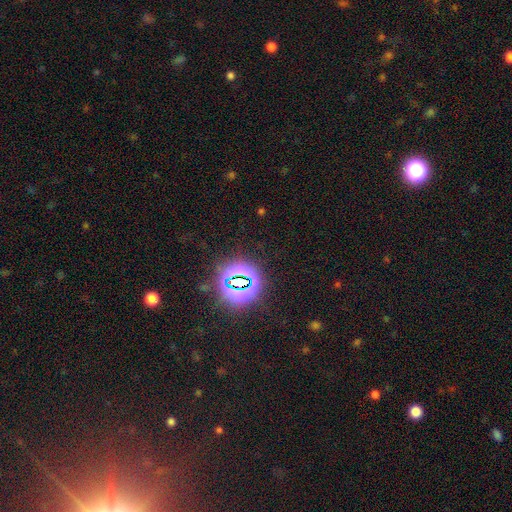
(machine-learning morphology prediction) This appears to be a star or artifact, not a galaxy (82%).